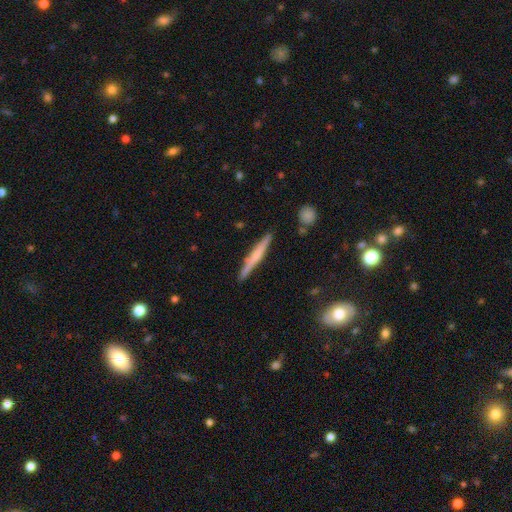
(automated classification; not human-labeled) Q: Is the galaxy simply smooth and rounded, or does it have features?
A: featured or disk — 51%.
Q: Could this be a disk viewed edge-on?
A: yes — 97%.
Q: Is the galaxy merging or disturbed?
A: none — 89%.